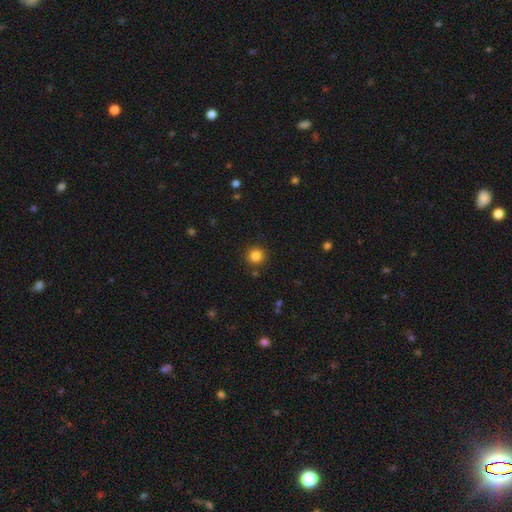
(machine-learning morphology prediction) smooth 84%, star or artifact 12%, featured or disk 4%. Down the decision tree: how rounded — round (95%); merging — none (90%).